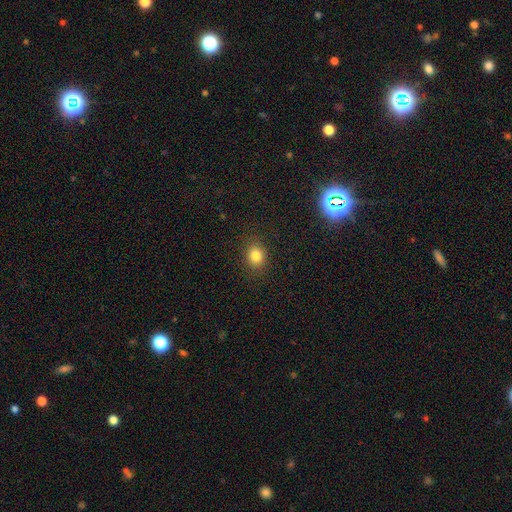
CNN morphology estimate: A smooth galaxy with no disk features (82%) that is round (58%). Merging: none (87%).